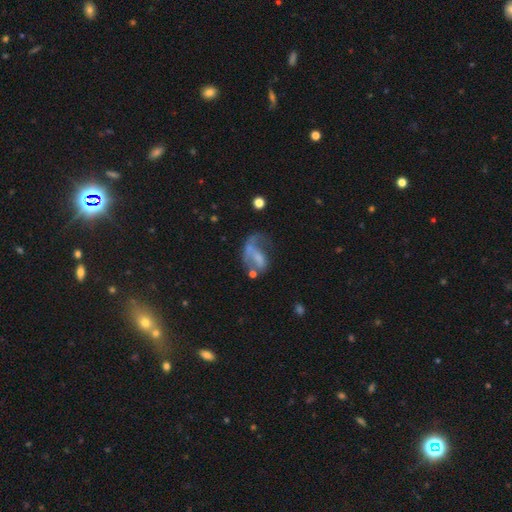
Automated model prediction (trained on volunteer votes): Morphology: type=featured or disk (51%); edge-on=no (95%); merging=major disturbance (47%).